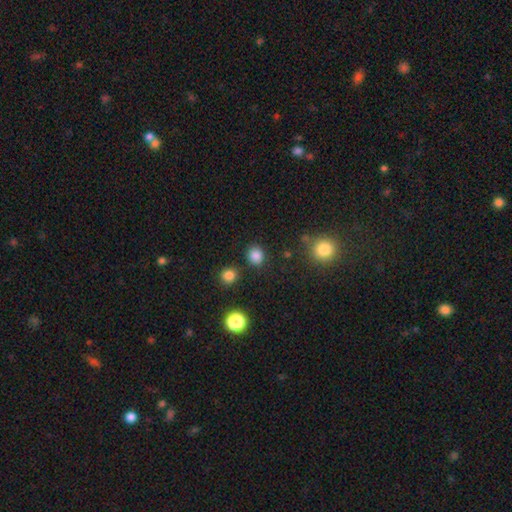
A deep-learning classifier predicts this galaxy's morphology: Smooth or featured? Predicted: smooth (p=0.83). How rounded? Predicted: round (p=0.80). Merging? Predicted: none (p=0.83).